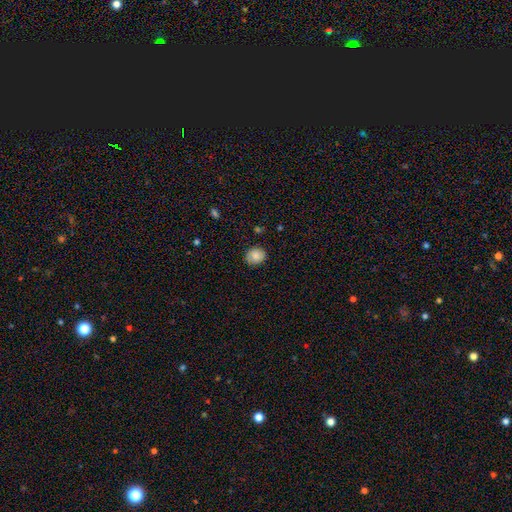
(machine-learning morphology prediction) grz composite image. It shows a smooth galaxy with no disk features (78%) that is round (70%). Merging: none (82%).